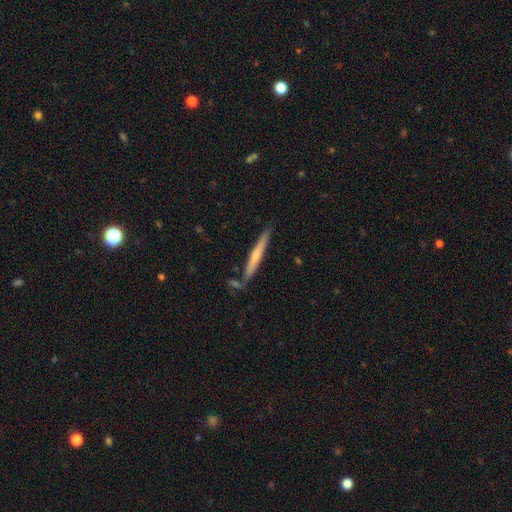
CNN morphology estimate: A smooth galaxy with no disk features (51%) that is cigar-shaped (96%). Merging: none (82%).